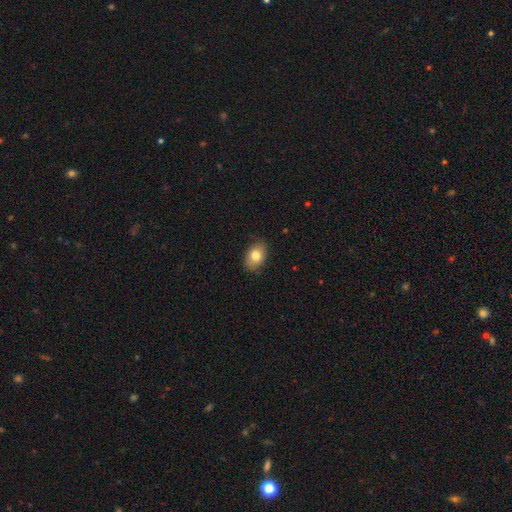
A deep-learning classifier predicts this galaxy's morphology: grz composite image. It shows a smooth galaxy with no disk features (79%) that is in between round and cigar-shaped (85%). Merging: none (85%).